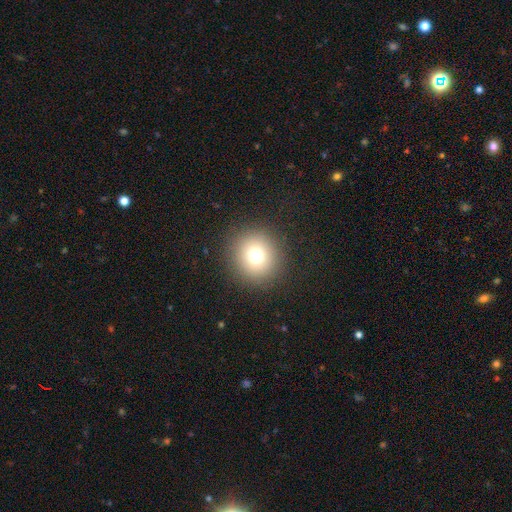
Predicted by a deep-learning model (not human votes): Overall: smooth (72%). How rounded: round (93%). Merging: none (90%).